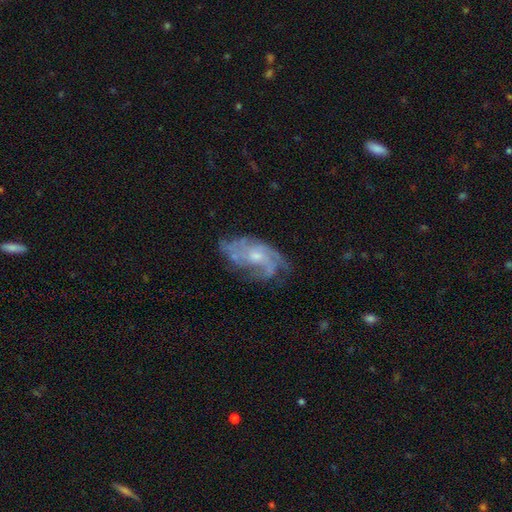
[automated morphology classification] smooth_or_featured: featured or disk (p=0.80) [alt: smooth p=0.12]
disk_edge_on: no (p=0.96) [alt: yes p=0.04]
bar: no (p=0.73) [alt: weak p=0.24]
has_spiral_arms: yes (p=0.90) [alt: no p=0.10]
spiral_winding: medium (p=0.42) [alt: tight p=0.37]
spiral_arm_count: can't tell (p=0.31) [alt: 3 p=0.25]
bulge_size: small (p=0.51) [alt: moderate p=0.43]
merging: none (p=0.59) [alt: minor disturbance p=0.24]